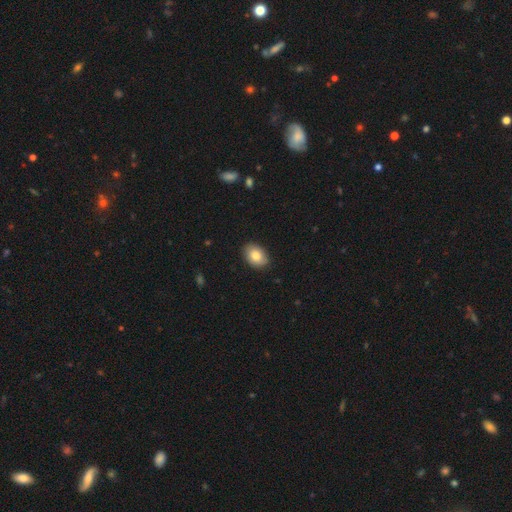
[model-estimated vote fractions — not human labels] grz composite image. It shows a smooth galaxy with no disk features (83%) that is in between round and cigar-shaped (78%). Merging: none (86%).